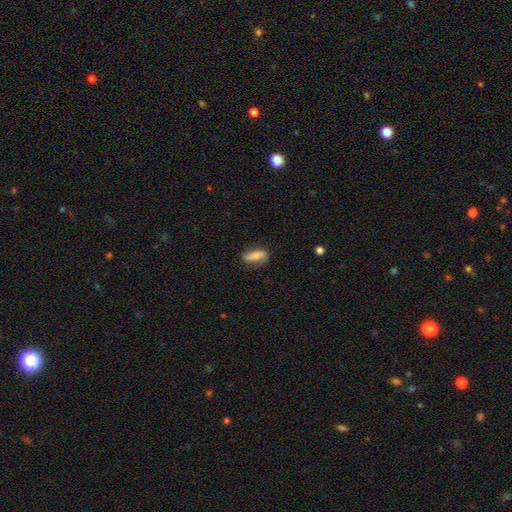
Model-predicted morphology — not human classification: Overall: smooth (56%; featured or disk 36%). How rounded: in between (64%; cigar-shaped 32%). Merging: none (78%).